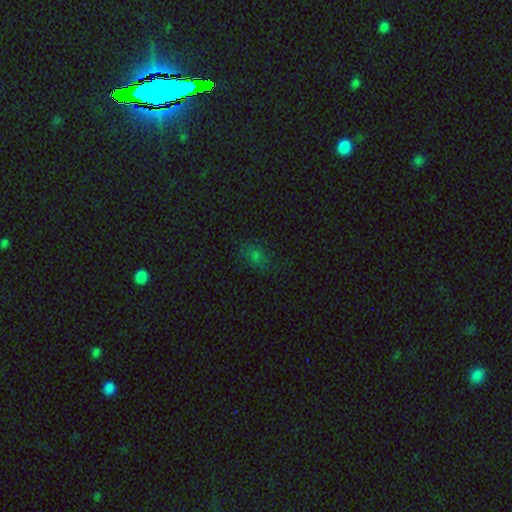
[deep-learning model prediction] Smooth or featured? smooth (63%)
How rounded? in between (75%)
Merging? none (74%)